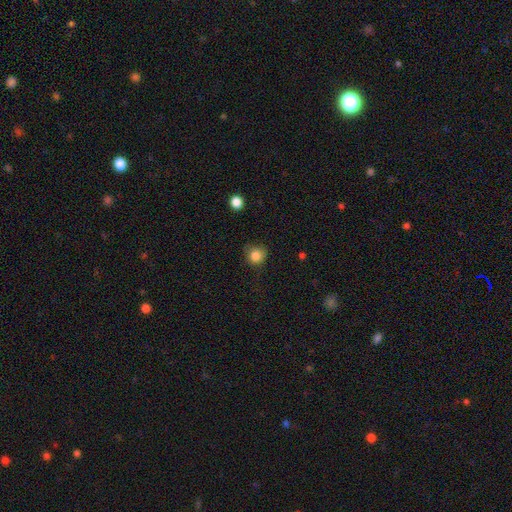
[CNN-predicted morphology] Smooth or featured: smooth — 85% (star or artifact — 11%)
How rounded: round — 90% (in between — 9%)
Merging: none — 74% (minor disturbance — 19%)